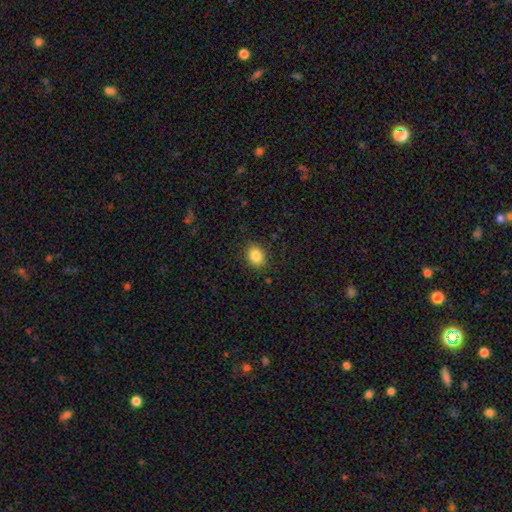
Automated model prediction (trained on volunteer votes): Smooth or featured?
  - smooth: 85% *
  - star or artifact: 10%
  - featured or disk: 5%
How rounded?
  - round: 50% *
  - in between: 49%
  - cigar-shaped: 1%
Merging?
  - none: 86% *
  - minor disturbance: 10%
  - major disturbance: 3%
  - merger: 1%